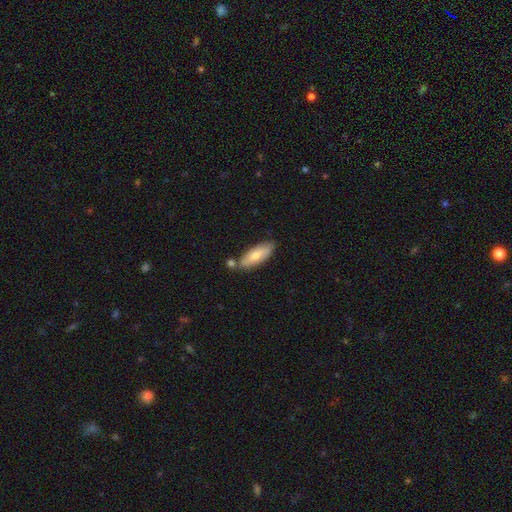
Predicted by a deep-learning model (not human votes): A smooth galaxy with no disk features (64%) that is in between round and cigar-shaped (64%).

Vote fractions:
- Smooth or featured? smooth: 64% / featured or disk: 29% / star or artifact: 7%
- How rounded? in between: 64% / cigar-shaped: 34% / round: 2%
- Merging? none: 73% / minor disturbance: 14% / merger: 10% / major disturbance: 3%